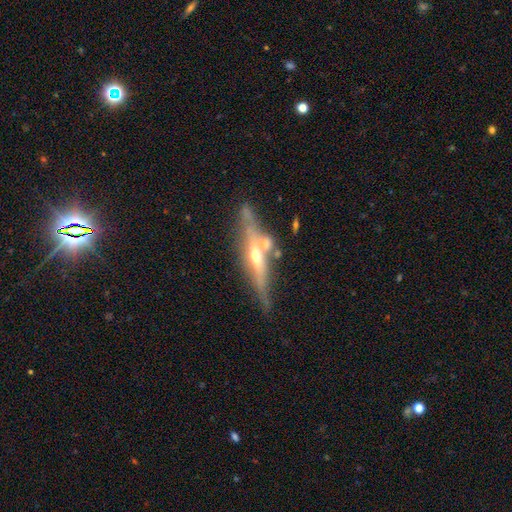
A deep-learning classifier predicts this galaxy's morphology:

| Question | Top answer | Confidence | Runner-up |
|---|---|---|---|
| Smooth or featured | featured or disk | 77% | smooth (16%) |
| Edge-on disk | yes | 90% | no (10%) |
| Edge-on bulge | rounded | 87% | none (8%) |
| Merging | none | 61% | minor disturbance (17%) |